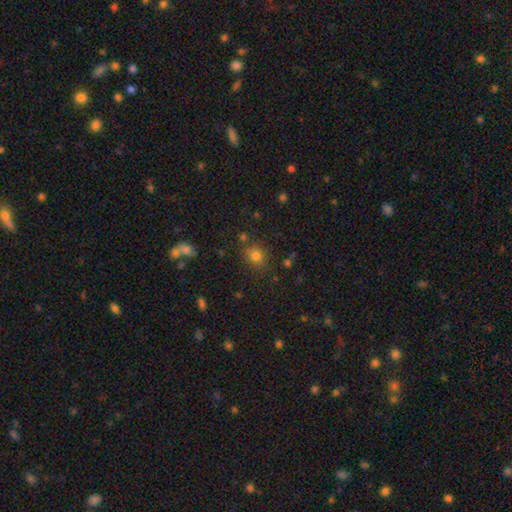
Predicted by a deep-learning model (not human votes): smooth_or_featured: smooth (p=0.77) [alt: star or artifact p=0.16]
how_rounded: round (p=0.69) [alt: in between p=0.30]
merging: none (p=0.78) [alt: minor disturbance p=0.12]